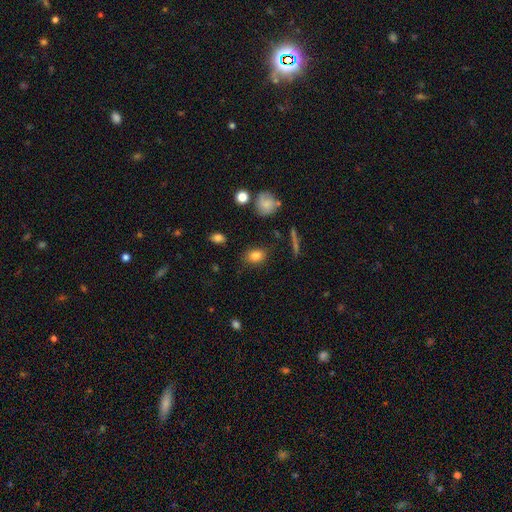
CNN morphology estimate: This is clearly a smooth galaxy (82%). How rounded: likely in between (70%). Merging: clearly none (82%).